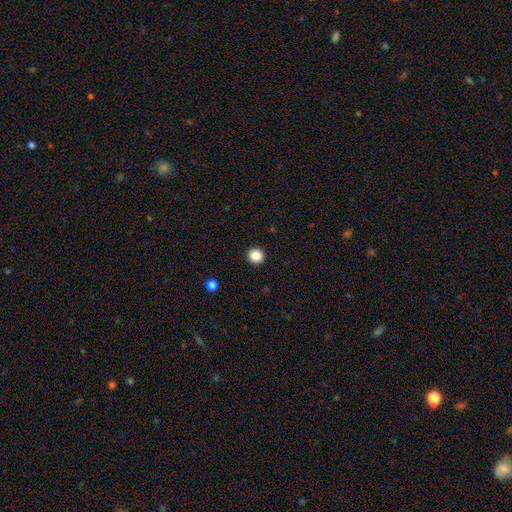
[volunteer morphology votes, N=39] Smooth or featured?
  - smooth: 97% *
  - star or artifact: 3%
  - featured or disk: 0%
How rounded?
  - round: 92% *
  - in between: 8%
  - cigar-shaped: 0%
Merging?
  - none: 89% *
  - major disturbance: 5%
  - minor disturbance: 3%
  - merger: 3%